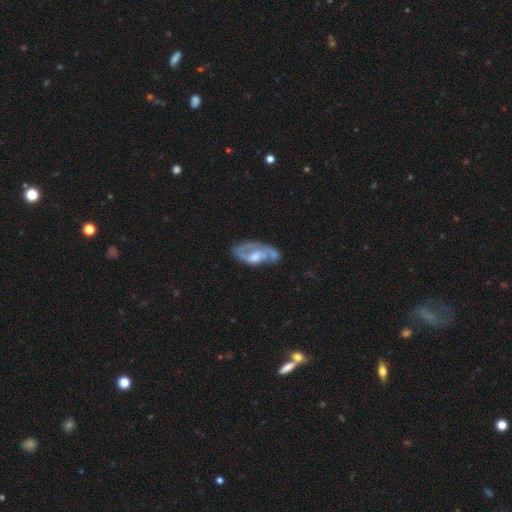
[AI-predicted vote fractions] A featured or disk galaxy (71%) with no bar (55%), 2 (51%) medium (44%) spiral arms (76%) and a moderate central bulge (50%).

Vote fractions:
- Smooth or featured? featured or disk: 71% / smooth: 23% / star or artifact: 6%
- Edge-on disk? no: 93% / yes: 7%
- Bar? no: 55% / weak: 37% / strong: 8%
- Spiral arms? yes: 76% / no: 24%
- Spiral winding? medium: 44% / tight: 31% / loose: 25%
- Spiral arm count? 2: 51% / 1: 22% / can't tell: 22% / 3: 3% / 4: 1% / more than 4: 1%
- Bulge size? moderate: 50% / small: 26% / large: 12% / none: 10% / dominant: 1%
- Merging? none: 48% / minor disturbance: 26% / major disturbance: 18% / merger: 8%